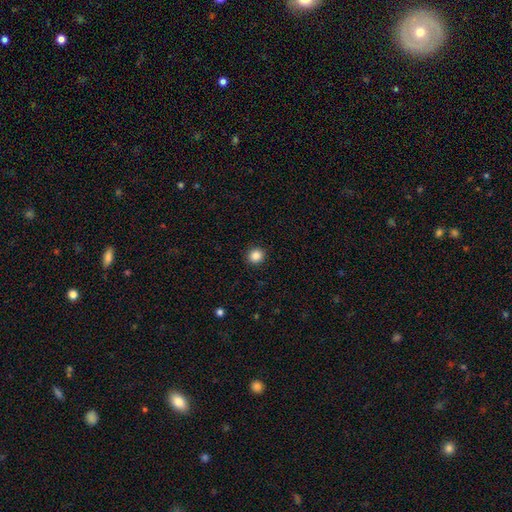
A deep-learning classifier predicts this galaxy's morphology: A smooth galaxy with no disk features (87%) that is round (91%). Merging: none (92%).